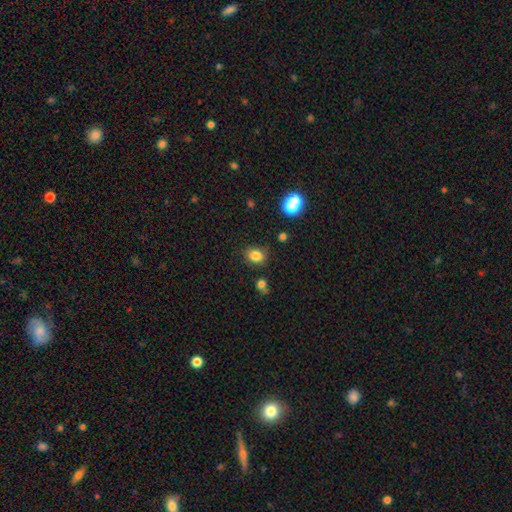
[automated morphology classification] Smooth or featured: smooth — 82% (star or artifact — 12%)
How rounded: round — 51% (in between — 48%)
Merging: none — 78% (minor disturbance — 14%)